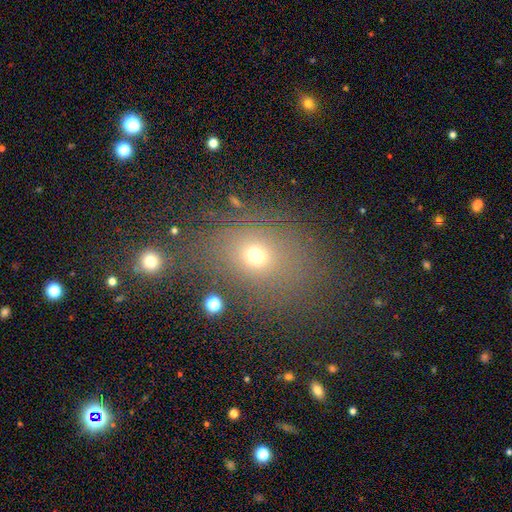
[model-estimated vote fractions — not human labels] A smooth galaxy with no disk features (65%) that is in between round and cigar-shaped (54%). Merging: none (71%).